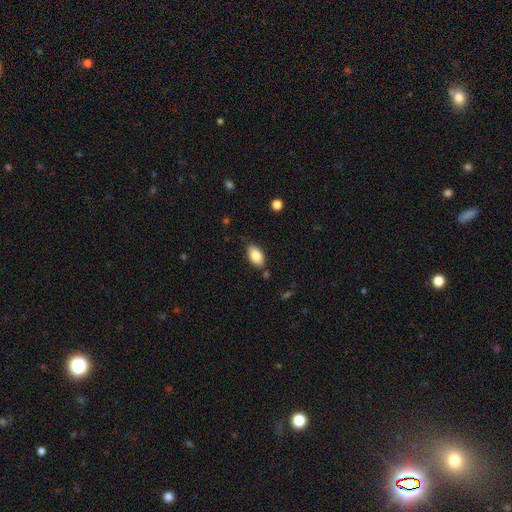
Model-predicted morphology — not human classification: type=smooth (84%); roundness=in between (93%); merging=none (82%).